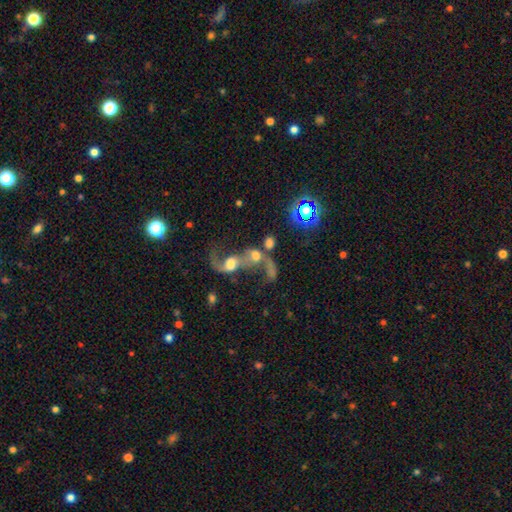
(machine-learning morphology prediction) This appears to be a featured or disk galaxy (53%) with no bar (66%), spiral arms (65%) and a moderate central bulge (40%). Merging: merger (73%).